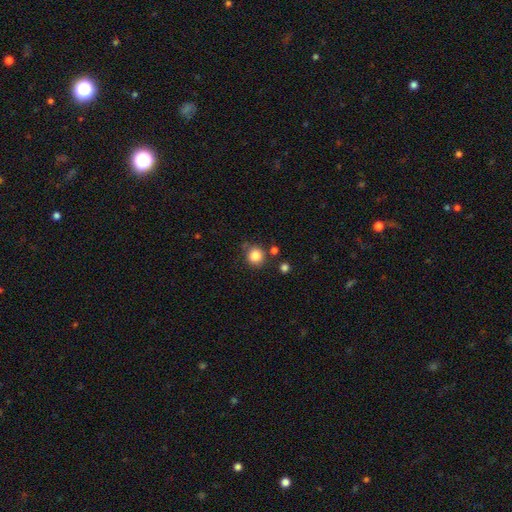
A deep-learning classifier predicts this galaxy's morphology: Smooth or featured? Predicted: smooth (p=0.83). How rounded? Predicted: round (p=0.89). Merging? Predicted: none (p=0.77).